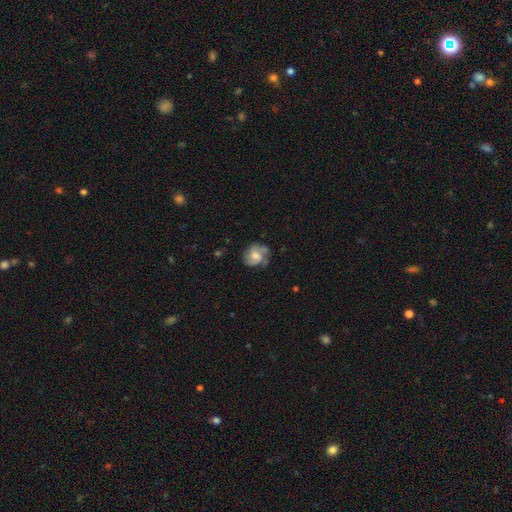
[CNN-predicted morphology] smooth_or_featured: featured or disk (p=0.61) [alt: smooth p=0.31]
disk_edge_on: no (p=0.98) [alt: yes p=0.02]
bar: no (p=0.61) [alt: weak p=0.32]
has_spiral_arms: yes (p=0.86) [alt: no p=0.14]
spiral_winding: medium (p=0.46) [alt: tight p=0.33]
spiral_arm_count: 2 (p=0.46) [alt: 3 p=0.25]
bulge_size: moderate (p=0.57) [alt: small p=0.28]
merging: none (p=0.61) [alt: minor disturbance p=0.24]